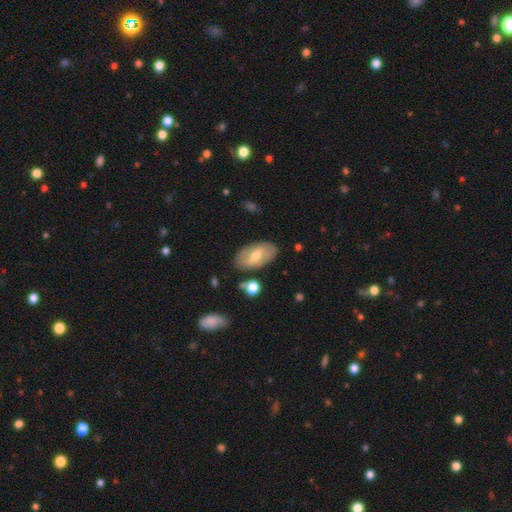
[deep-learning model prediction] smooth_or_featured: featured or disk (p=0.48) [alt: smooth p=0.45]
merging: none (p=0.81) [alt: minor disturbance p=0.13]